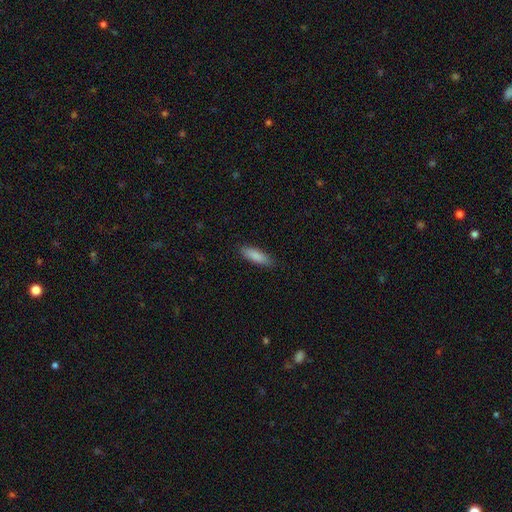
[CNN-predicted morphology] Smooth or featured? Predicted: smooth (p=0.87). How rounded? Predicted: cigar-shaped (p=0.53). Merging? Predicted: none (p=0.88).